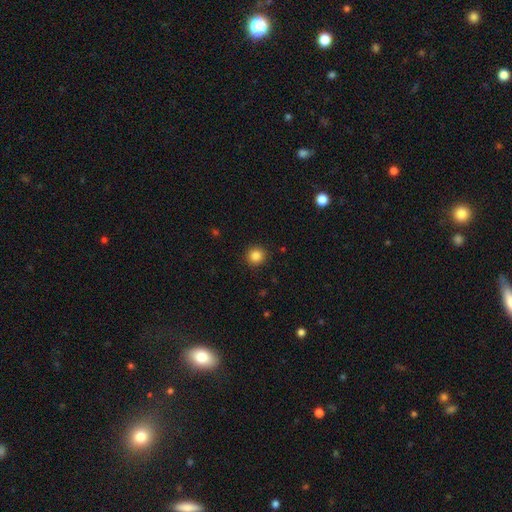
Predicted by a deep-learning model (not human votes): Overall: smooth (85%). How rounded: round (94%). Merging: none (92%).